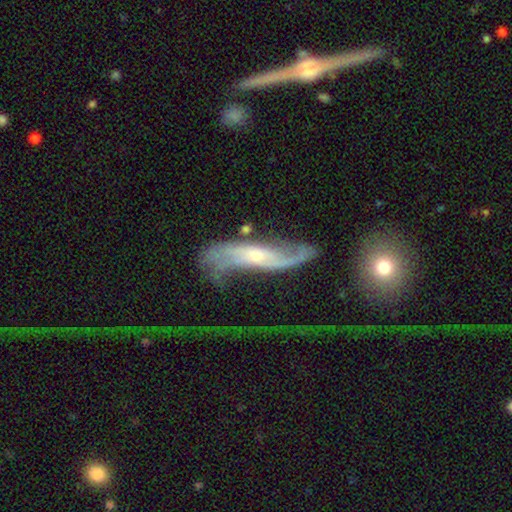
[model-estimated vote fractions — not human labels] The model was most divided on "merging": major disturbance: 48%, none: 26%, minor disturbance: 16%, merger: 11%. More confident: spiral arms — yes (84%); edge-on disk — no (79%); smooth or featured — featured or disk (77%); spiral arm count — 2 (76%); spiral winding — loose (73%); bulge size — small (58%); bar — no (52%).